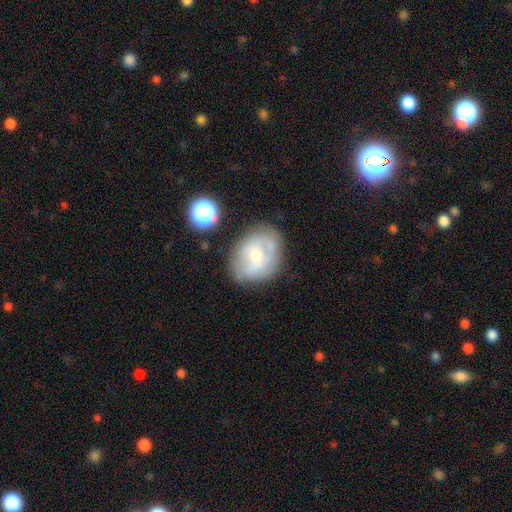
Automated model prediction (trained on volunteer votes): featured or disk 57%, smooth 34%, star or artifact 9%. Down the decision tree: edge-on disk — no (95%); bar — no (57%); spiral arms — yes (60%); bulge size — moderate (52%); merging — none (67%).